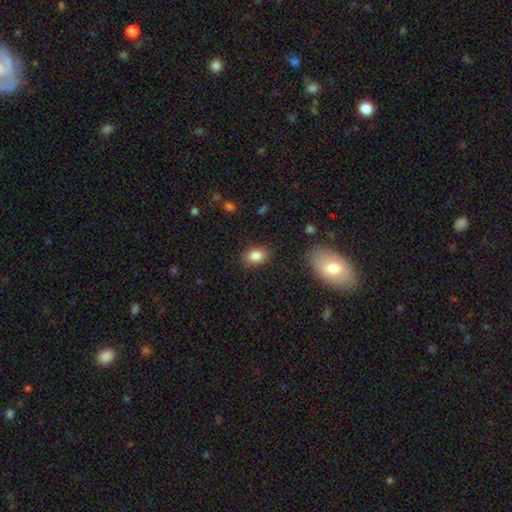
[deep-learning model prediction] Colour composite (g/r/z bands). It shows a smooth galaxy with no disk features (85%) that is in between round and cigar-shaped (76%). Merging: none (85%).